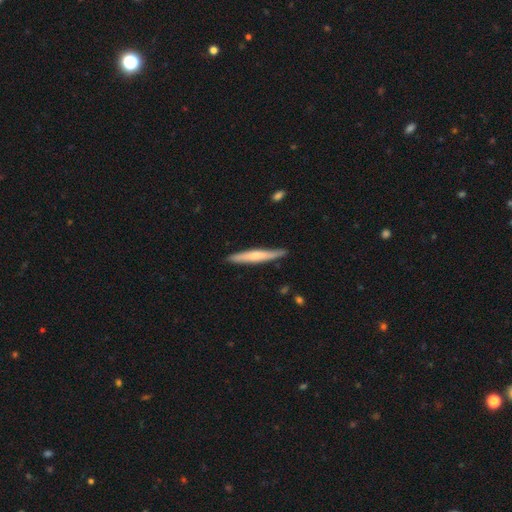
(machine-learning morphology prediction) Smooth or featured?
  - smooth: 53% *
  - featured or disk: 42%
  - star or artifact: 5%
How rounded?
  - cigar-shaped: 94% *
  - in between: 5%
  - round: 1%
Merging?
  - none: 84% *
  - minor disturbance: 13%
  - major disturbance: 2%
  - merger: 1%